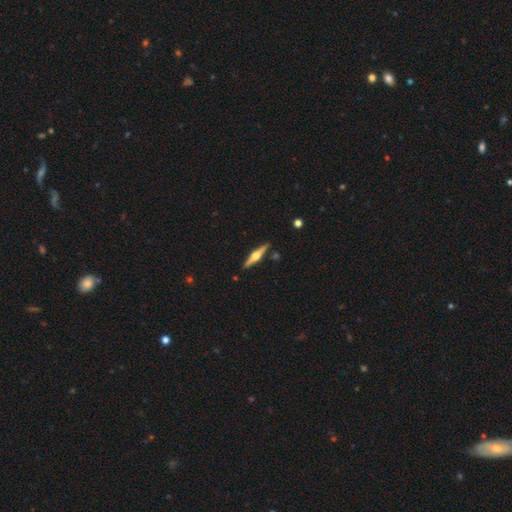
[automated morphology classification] smooth_or_featured: featured or disk (p=0.76) [alt: smooth p=0.19]
disk_edge_on: yes (p=0.98) [alt: no p=0.02]
edge_on_bulge: rounded (p=0.95) [alt: boxy p=0.04]
merging: none (p=0.90) [alt: minor disturbance p=0.07]